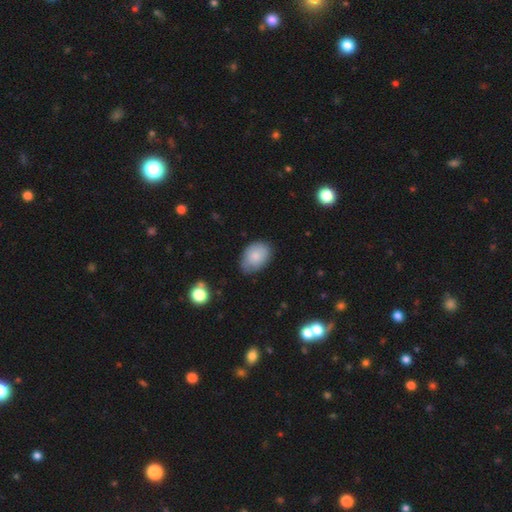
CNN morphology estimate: type=smooth (81%); roundness=in between (83%); merging=none (68%).